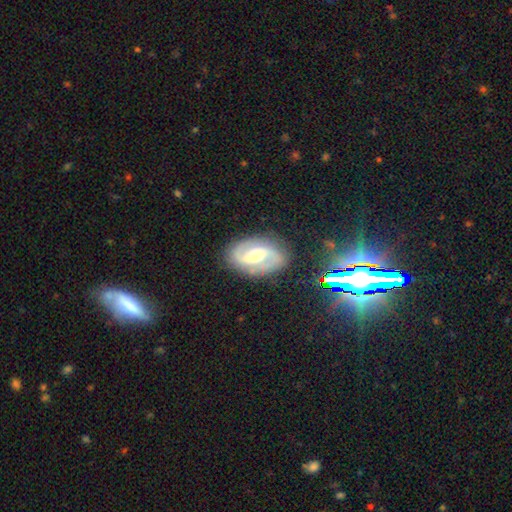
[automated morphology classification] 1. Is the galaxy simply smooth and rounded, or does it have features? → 84% featured or disk, 10% smooth, 6% star or artifact.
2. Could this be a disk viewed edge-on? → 97% no, 3% yes.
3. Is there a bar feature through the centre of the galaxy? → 49% weak, 29% strong, 22% no.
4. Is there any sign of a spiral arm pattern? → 95% yes, 5% no.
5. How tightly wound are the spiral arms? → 53% medium, 24% tight, 23% loose.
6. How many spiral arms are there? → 92% 2, 3% can't tell, 2% 1, 1% 3, 1% 4, 1% more than 4.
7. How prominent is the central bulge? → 54% moderate, 21% small, 19% large, 4% none, 2% dominant.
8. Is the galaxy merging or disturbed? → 82% none, 12% minor disturbance, 4% major disturbance, 2% merger.